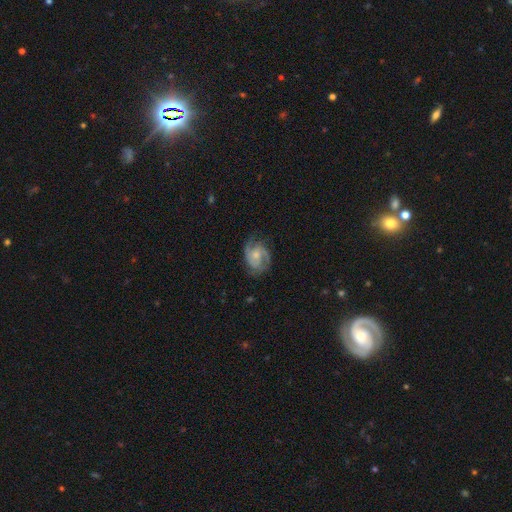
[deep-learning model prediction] Morphology: type=featured or disk (81%); edge-on=no (98%); bar=no (65%); spiral arms=yes (96%); winding=medium (50%); arm count=2 (59%); bulge=small (50%); merging=none (71%).